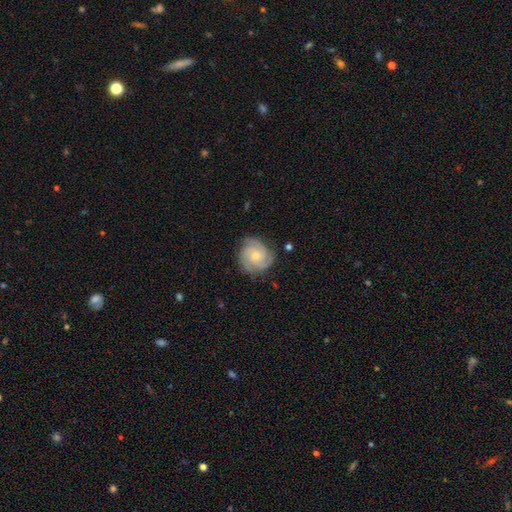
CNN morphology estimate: Smooth or featured? Predicted: featured or disk (p=0.81). Edge-on disk? Predicted: no (p=0.98). Bar? Predicted: no (p=0.75). Spiral arms? Predicted: yes (p=0.97). Spiral winding? Predicted: tight (p=0.64). Spiral arm count? Predicted: 3 (p=0.50). Bulge size? Predicted: small (p=0.58). Merging? Predicted: none (p=0.78).